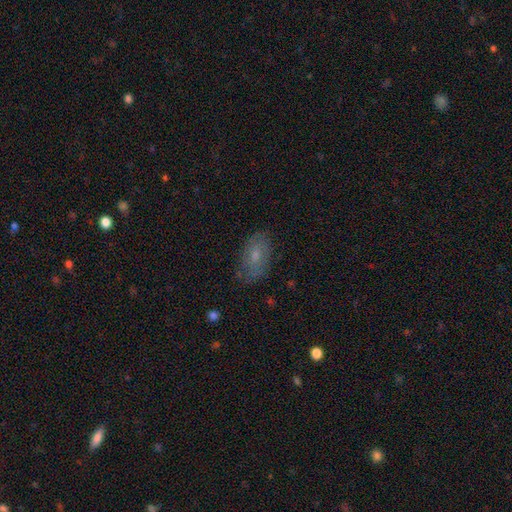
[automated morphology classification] smooth-or-featured: smooth: 56% | featured or disk: 33% | star or artifact: 11%
  how-rounded: in between: 90% | round: 7% | cigar-shaped: 3%
  merging: none: 74% | minor disturbance: 19% | major disturbance: 6% | merger: 1%